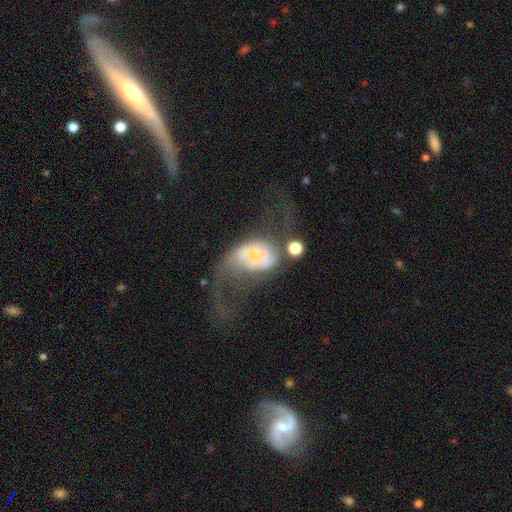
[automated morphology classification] Q: Smooth or featured?
A: featured or disk (67%); runner-up: smooth (24%)
Q: Edge-on disk?
A: no (95%); runner-up: yes (5%)
Q: Bar?
A: no (68%); runner-up: weak (23%)
Q: Spiral arms?
A: yes (59%); runner-up: no (41%)
Q: Bulge size?
A: small (49%); runner-up: moderate (36%)
Q: Merging?
A: major disturbance (40%); runner-up: merger (31%)